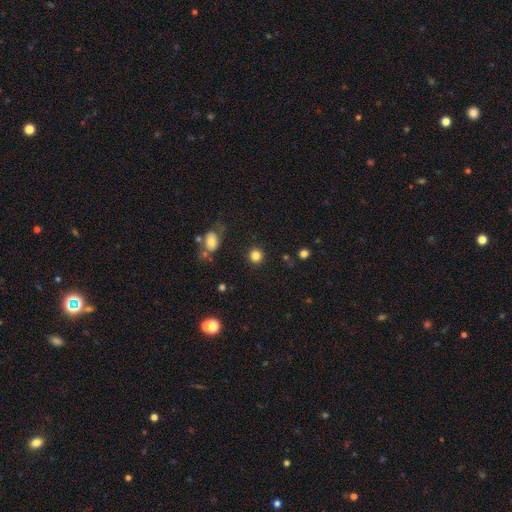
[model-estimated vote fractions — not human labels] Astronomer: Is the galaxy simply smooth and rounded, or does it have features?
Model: smooth — 84%.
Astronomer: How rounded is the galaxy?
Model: round — 91%.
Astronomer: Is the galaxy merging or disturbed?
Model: none — 89%.